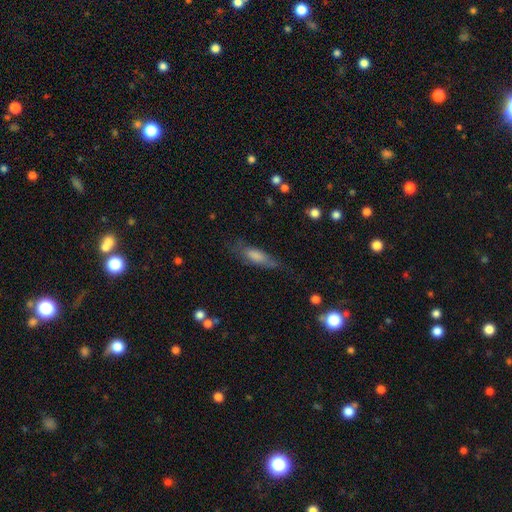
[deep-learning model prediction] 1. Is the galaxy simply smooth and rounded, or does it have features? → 57% smooth, 33% featured or disk, 10% star or artifact.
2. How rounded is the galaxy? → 55% cigar-shaped, 42% in between, 3% round.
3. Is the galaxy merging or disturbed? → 65% none, 23% minor disturbance, 10% major disturbance, 2% merger.